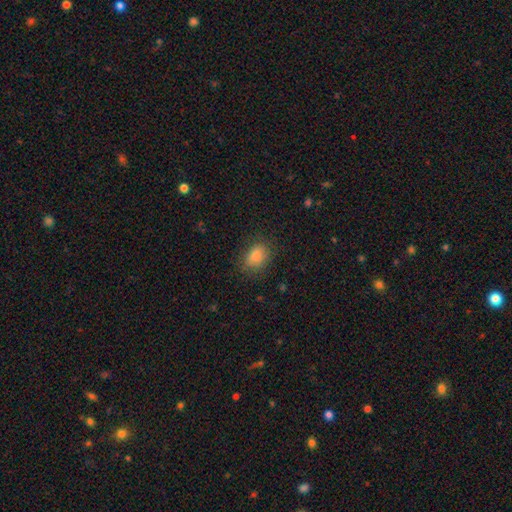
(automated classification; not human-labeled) Q: Smooth or featured?
A: smooth (84%); runner-up: star or artifact (11%)
Q: How rounded?
A: in between (74%); runner-up: round (24%)
Q: Merging?
A: none (79%); runner-up: minor disturbance (15%)